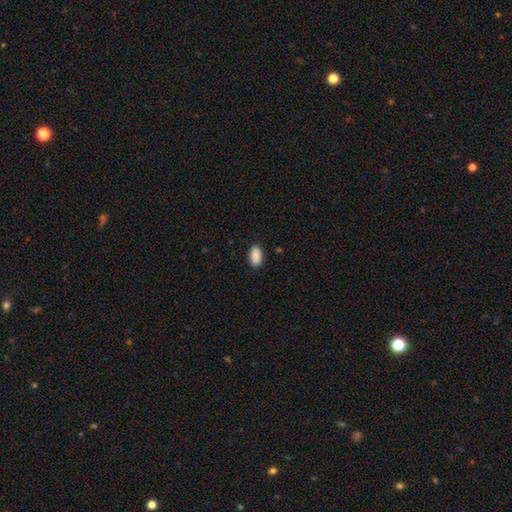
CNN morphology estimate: Smooth or featured?
  - smooth: 90% *
  - star or artifact: 7%
  - featured or disk: 3%
How rounded?
  - in between: 94% *
  - round: 3%
  - cigar-shaped: 3%
Merging?
  - none: 89% *
  - minor disturbance: 8%
  - major disturbance: 2%
  - merger: 1%